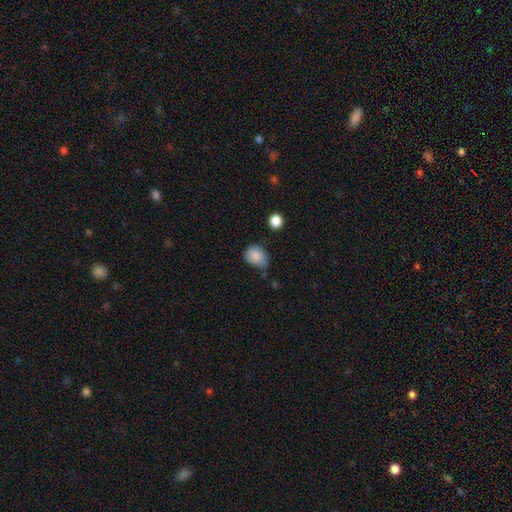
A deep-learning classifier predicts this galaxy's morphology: This appears to be a smooth galaxy with no disk features (85%) that is in between round and cigar-shaped (54%). Merging: none (49%).